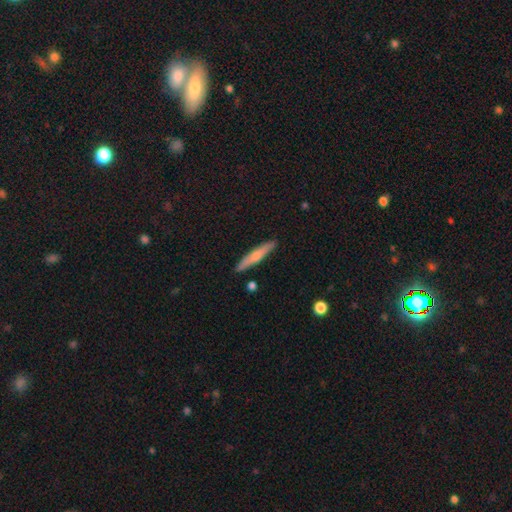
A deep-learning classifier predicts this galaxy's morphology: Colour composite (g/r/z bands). It shows a smooth galaxy with no disk features (56%) that is cigar-shaped (92%). Merging: none (89%).